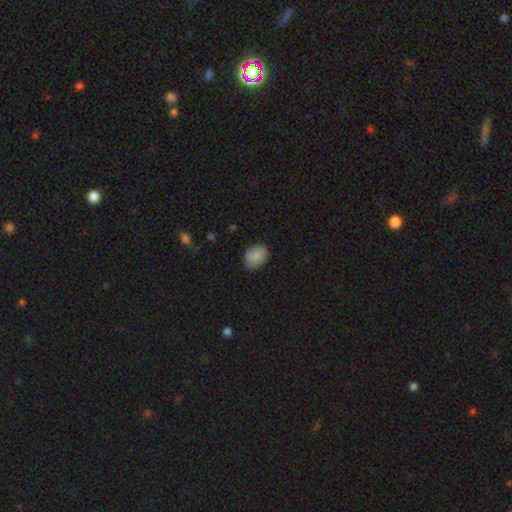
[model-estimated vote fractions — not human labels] Smooth or featured? Predicted: smooth (p=0.82). How rounded? Predicted: in between (p=0.66). Merging? Predicted: none (p=0.72).